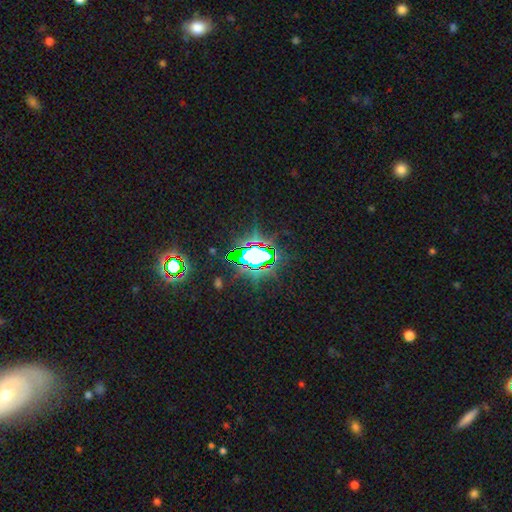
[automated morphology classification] type=star or artifact (76%).